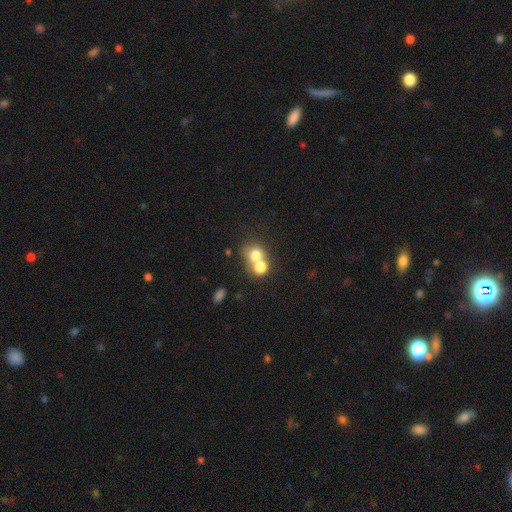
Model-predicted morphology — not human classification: This is likely a smooth galaxy (73%). How rounded: likely round (76%). Merging: possibly merger (57%).